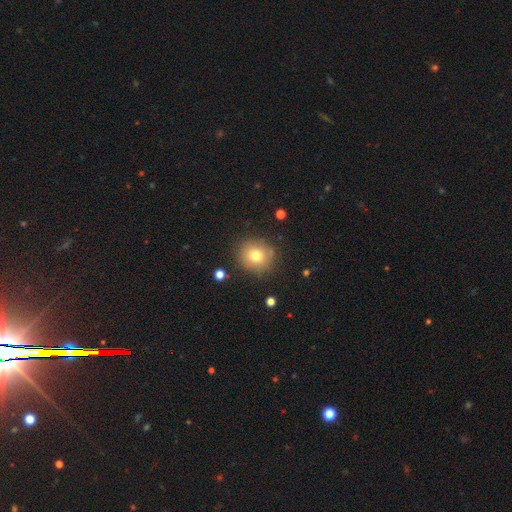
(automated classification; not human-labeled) smooth_or_featured: smooth (p=0.74) [alt: featured or disk p=0.13]
how_rounded: round (p=0.88) [alt: in between p=0.11]
merging: none (p=0.85) [alt: minor disturbance p=0.10]